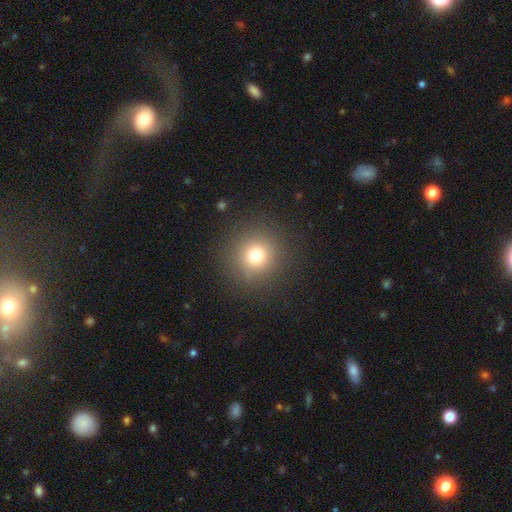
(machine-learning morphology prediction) type=smooth (74%); roundness=round (93%); merging=none (89%).